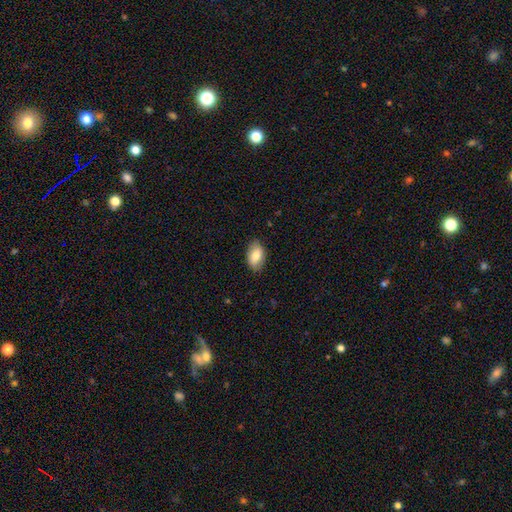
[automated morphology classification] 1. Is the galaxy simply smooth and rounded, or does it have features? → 78% smooth, 15% featured or disk, 7% star or artifact.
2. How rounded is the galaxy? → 92% in between, 7% round, 2% cigar-shaped.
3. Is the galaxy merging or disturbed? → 84% none, 13% minor disturbance, 2% major disturbance, 1% merger.